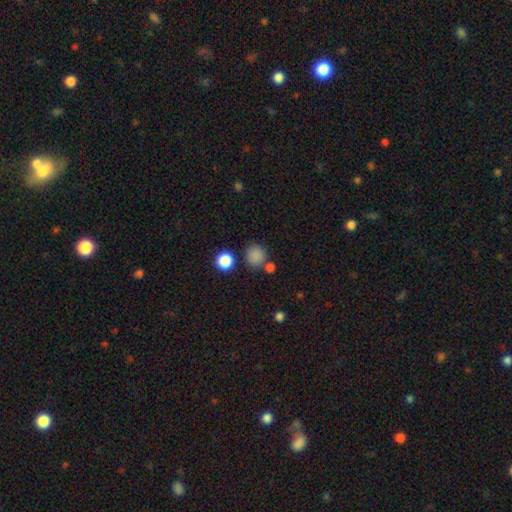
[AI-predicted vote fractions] Q: Smooth or featured?
A: smooth (83%); runner-up: star or artifact (13%)
Q: How rounded?
A: round (86%); runner-up: in between (13%)
Q: Merging?
A: none (73%); runner-up: merger (12%)